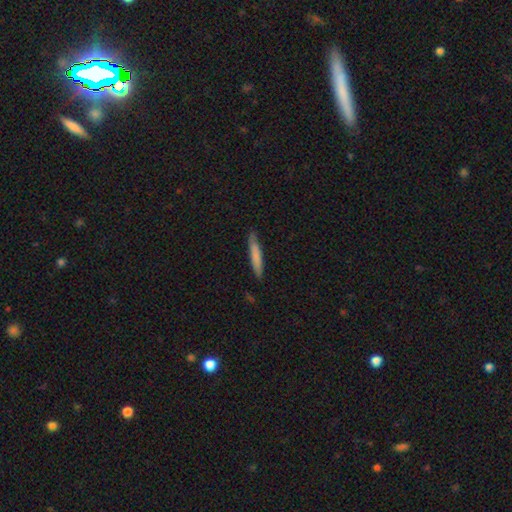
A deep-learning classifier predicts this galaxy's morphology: smooth 74%, featured or disk 20%, star or artifact 6%. Down the decision tree: how rounded — cigar-shaped (93%); merging — none (83%).